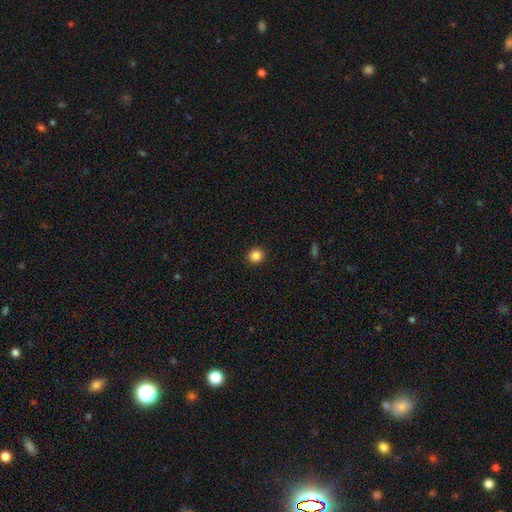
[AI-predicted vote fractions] This is clearly a smooth galaxy (85%). How rounded: clearly round (91%). Merging: clearly none (93%).